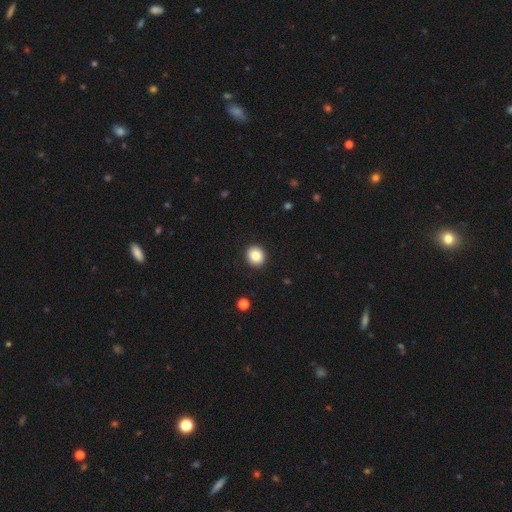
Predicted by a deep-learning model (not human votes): Smooth or featured? smooth (84%)
How rounded? round (82%)
Merging? none (92%)